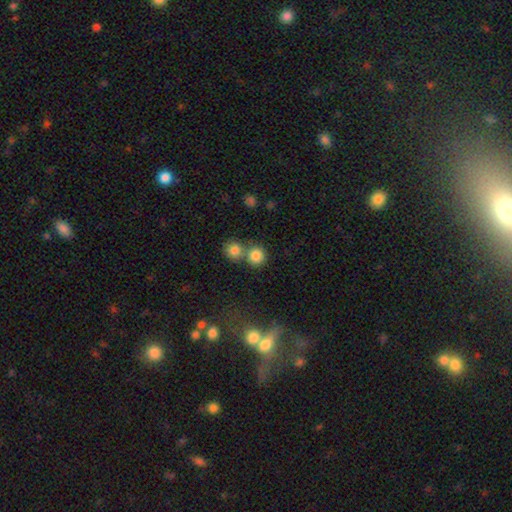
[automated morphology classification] Smooth or featured? Predicted: smooth (p=0.82). How rounded? Predicted: round (p=0.90). Merging? Predicted: none (p=0.54).